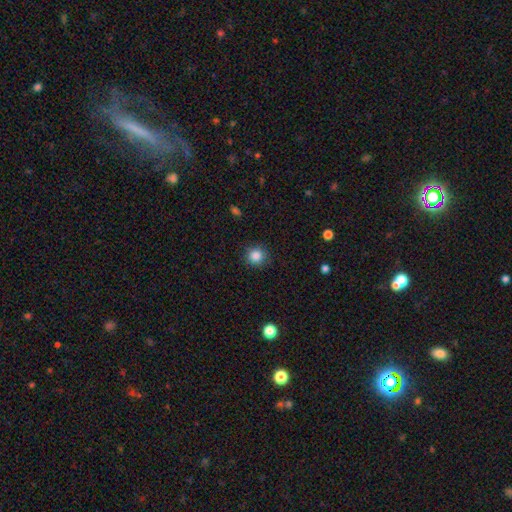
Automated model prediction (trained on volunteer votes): smooth-or-featured: smooth: 85% | star or artifact: 11% | featured or disk: 4%
  how-rounded: round: 93% | in between: 6% | cigar-shaped: 1%
  merging: none: 88% | minor disturbance: 8% | major disturbance: 2% | merger: 1%